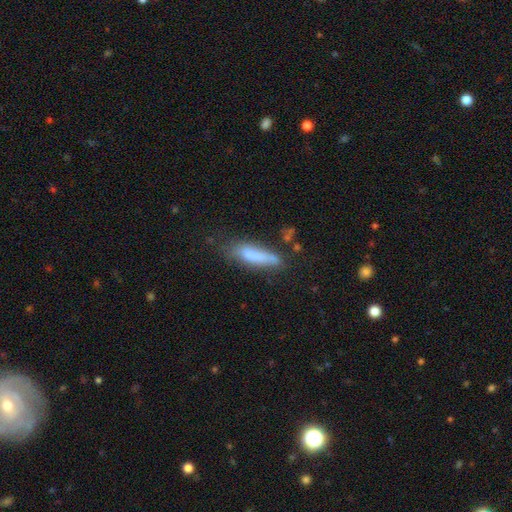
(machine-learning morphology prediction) The model was most divided on "merging": none: 53%, minor disturbance: 28%, major disturbance: 12%, merger: 8%. More confident: smooth or featured — smooth (73%); how rounded — cigar-shaped (64%).